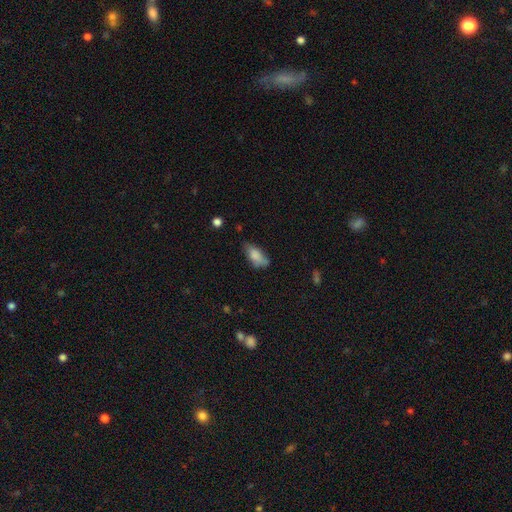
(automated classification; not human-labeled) Smooth or featured: smooth — 78% (featured or disk — 14%)
How rounded: in between — 84% (cigar-shaped — 14%)
Merging: none — 54% (minor disturbance — 32%)